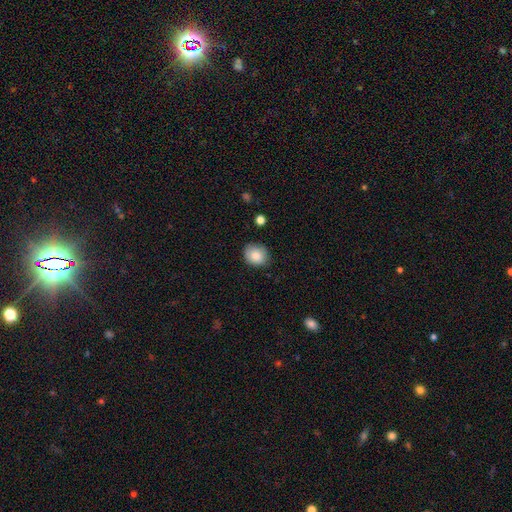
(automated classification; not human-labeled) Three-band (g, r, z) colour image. It shows a smooth galaxy with no disk features (85%) that is round (65%). Merging: none (79%).